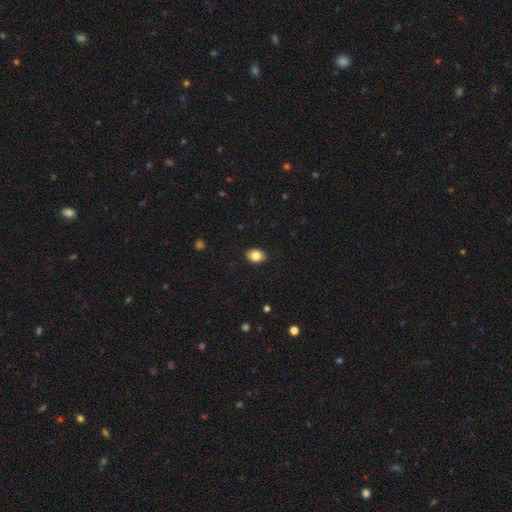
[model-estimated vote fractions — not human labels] Smooth or featured? Predicted: smooth (p=0.84). How rounded? Predicted: in between (p=0.71). Merging? Predicted: none (p=0.91).